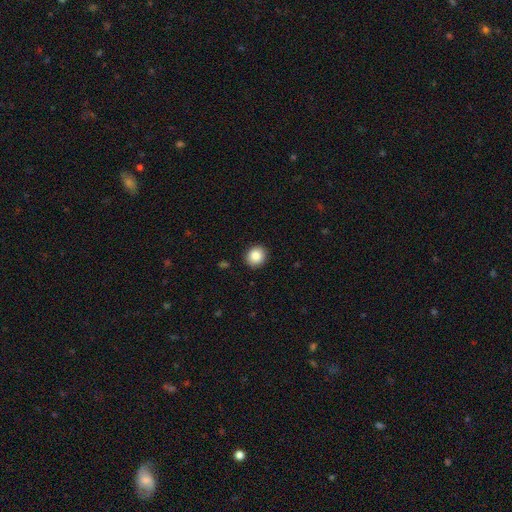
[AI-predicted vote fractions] Smooth or featured?
  - smooth: 86% *
  - star or artifact: 9%
  - featured or disk: 5%
How rounded?
  - round: 81% *
  - in between: 18%
  - cigar-shaped: 1%
Merging?
  - none: 91% *
  - minor disturbance: 6%
  - major disturbance: 2%
  - merger: 1%